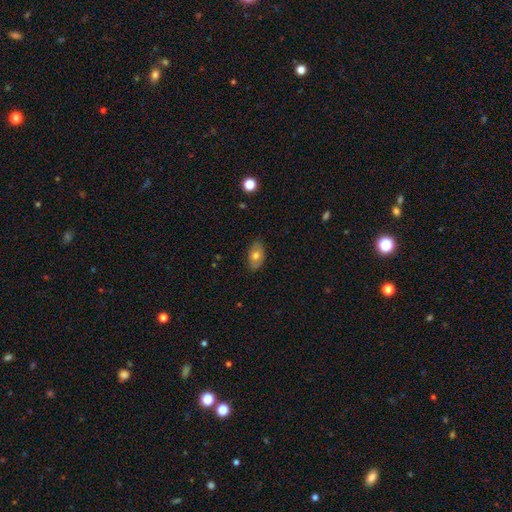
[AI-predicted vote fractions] A smooth galaxy with no disk features (66%) that is in between round and cigar-shaped (89%). Merging: none (81%).